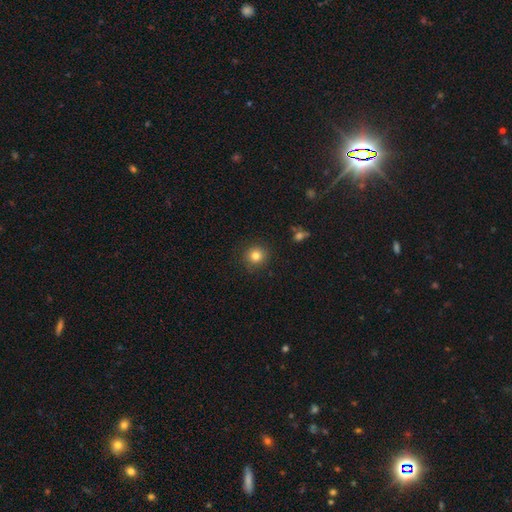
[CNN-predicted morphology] This is clearly a smooth galaxy (82%). How rounded: clearly round (92%). Merging: clearly none (90%).